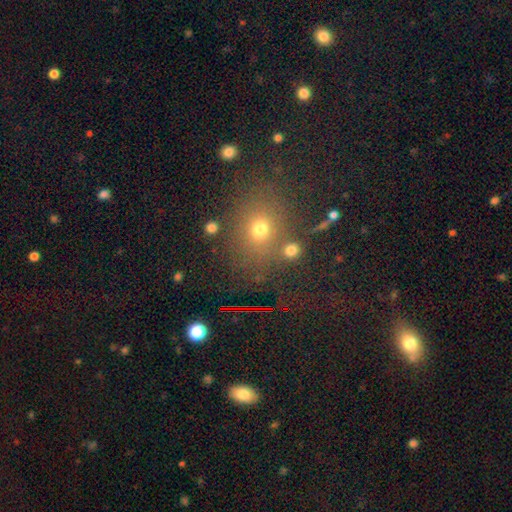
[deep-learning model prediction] smooth-or-featured: smooth: 54% | star or artifact: 35% | featured or disk: 11%
  how-rounded: round: 67% | in between: 32% | cigar-shaped: 2%
  merging: none: 76% | minor disturbance: 11% | merger: 7% | major disturbance: 6%